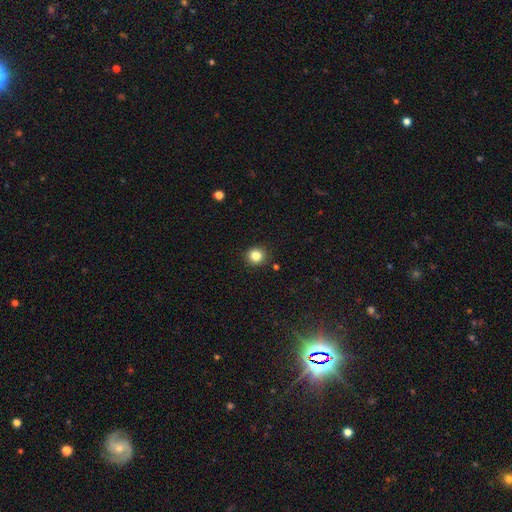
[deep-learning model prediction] A smooth galaxy with no disk features (83%) that is round (91%).

Vote fractions:
- Smooth or featured? smooth: 83% / star or artifact: 12% / featured or disk: 5%
- How rounded? round: 91% / in between: 8% / cigar-shaped: 1%
- Merging? none: 90% / minor disturbance: 6% / major disturbance: 2% / merger: 2%